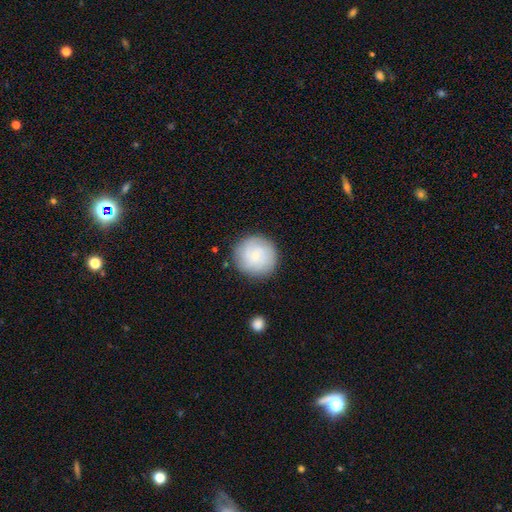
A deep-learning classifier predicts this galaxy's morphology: smooth 71%, featured or disk 22%, star or artifact 7%. Down the decision tree: how rounded — round (94%); merging — none (86%).